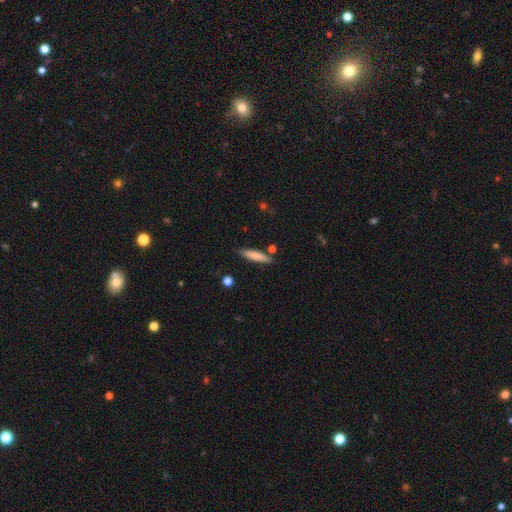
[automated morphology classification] smooth-or-featured: smooth: 75% | featured or disk: 19% | star or artifact: 6%
  how-rounded: cigar-shaped: 88% | in between: 11% | round: 1%
  merging: none: 84% | minor disturbance: 10% | merger: 4% | major disturbance: 2%